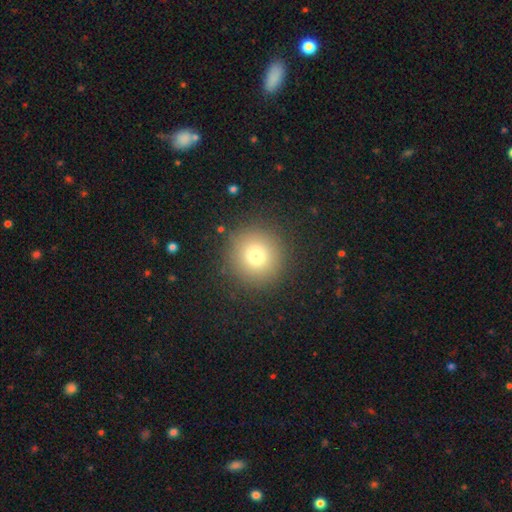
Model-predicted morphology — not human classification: smooth-or-featured: smooth: 76% | star or artifact: 14% | featured or disk: 10%
  how-rounded: round: 95% | in between: 4% | cigar-shaped: 1%
  merging: none: 90% | minor disturbance: 6% | major disturbance: 3% | merger: 1%